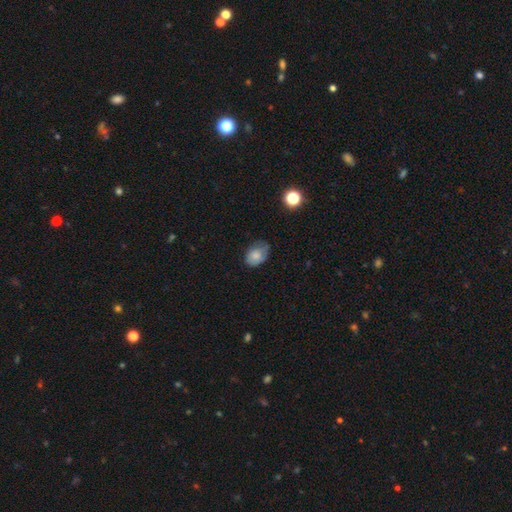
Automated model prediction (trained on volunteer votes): A smooth galaxy with no disk features (74%) that is in between round and cigar-shaped (74%). Merging: none (51%).